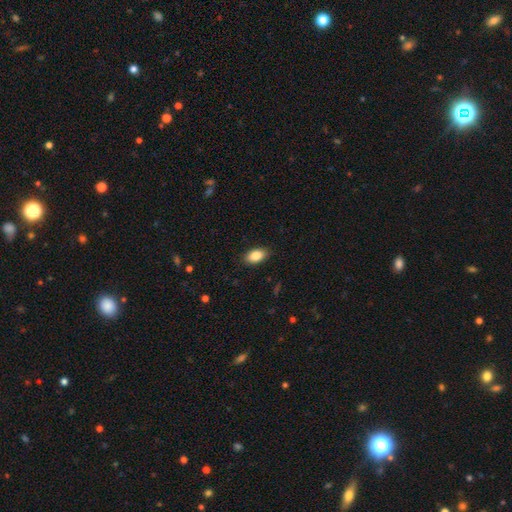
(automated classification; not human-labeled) A smooth galaxy with no disk features (86%) that is in between round and cigar-shaped (92%). Merging: none (88%).